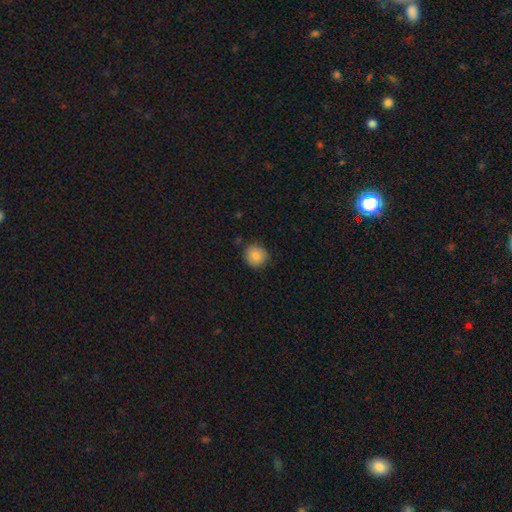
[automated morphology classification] smooth-or-featured: smooth: 86% | star or artifact: 8% | featured or disk: 5%
  how-rounded: round: 90% | in between: 9% | cigar-shaped: 1%
  merging: none: 84% | minor disturbance: 12% | major disturbance: 2% | merger: 1%